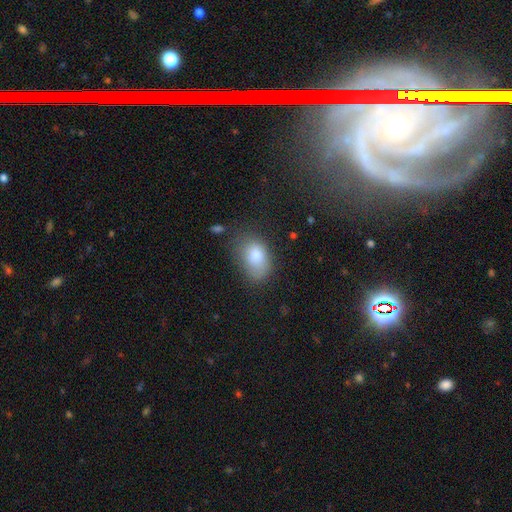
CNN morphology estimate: Q: Smooth or featured?
A: smooth (82%); runner-up: featured or disk (10%)
Q: How rounded?
A: in between (85%); runner-up: round (13%)
Q: Merging?
A: none (55%); runner-up: minor disturbance (28%)